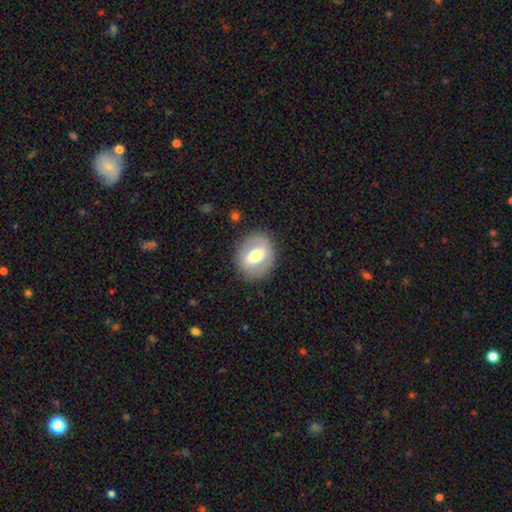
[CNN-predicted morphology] A featured or disk galaxy (47%).

Vote fractions:
- Smooth or featured? featured or disk: 47% / smooth: 46% / star or artifact: 7%
- Merging? none: 85% / minor disturbance: 10% / major disturbance: 4% / merger: 1%